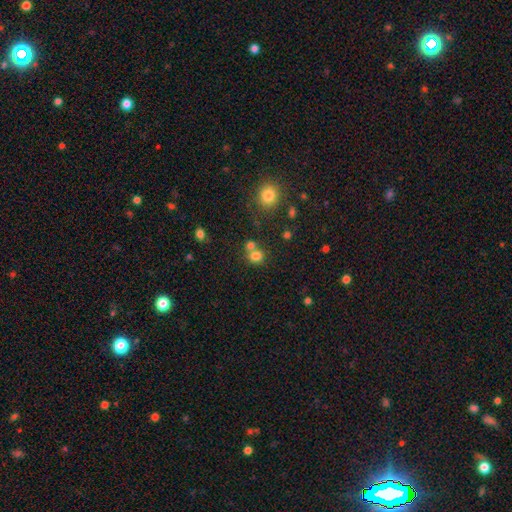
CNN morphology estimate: This is likely a smooth galaxy (78%). How rounded: likely round (78%). Merging: possibly none (52%).